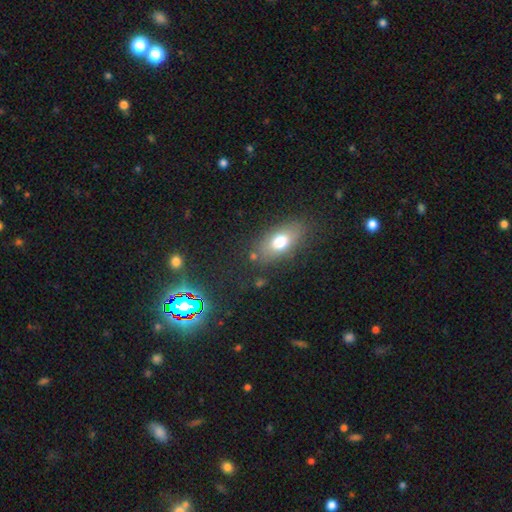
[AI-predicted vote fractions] Smooth or featured?
  - smooth: 59% *
  - star or artifact: 23%
  - featured or disk: 18%
How rounded?
  - in between: 76% *
  - round: 15%
  - cigar-shaped: 9%
Merging?
  - none: 83% *
  - minor disturbance: 11%
  - major disturbance: 4%
  - merger: 3%